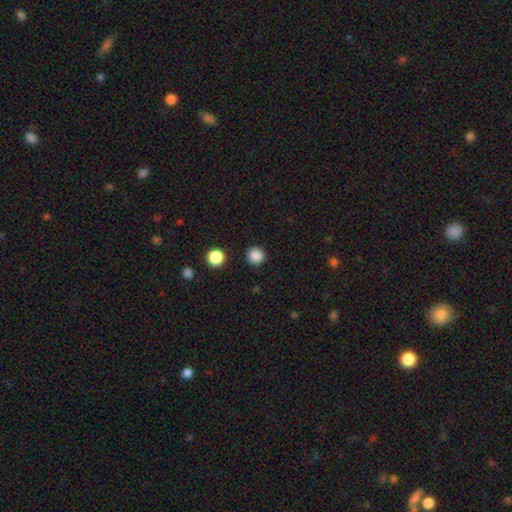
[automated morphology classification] A smooth galaxy with no disk features (86%) that is round (95%).

Vote fractions:
- Smooth or featured? smooth: 86% / star or artifact: 12% / featured or disk: 3%
- How rounded? round: 95% / in between: 4% / cigar-shaped: 1%
- Merging? none: 91% / minor disturbance: 5% / major disturbance: 2% / merger: 2%